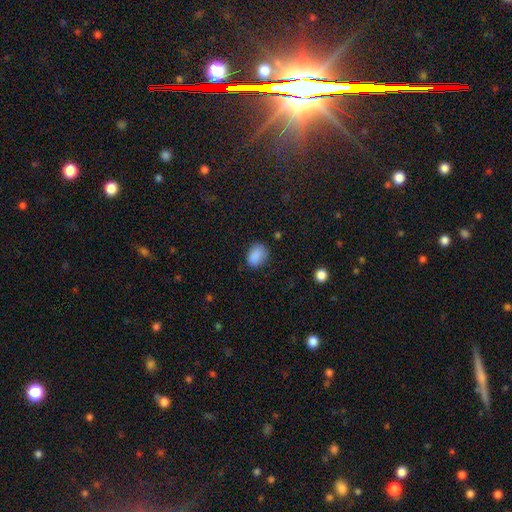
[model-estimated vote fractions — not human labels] This is clearly a smooth galaxy (87%). How rounded: likely in between (69%). Merging: likely none (75%).